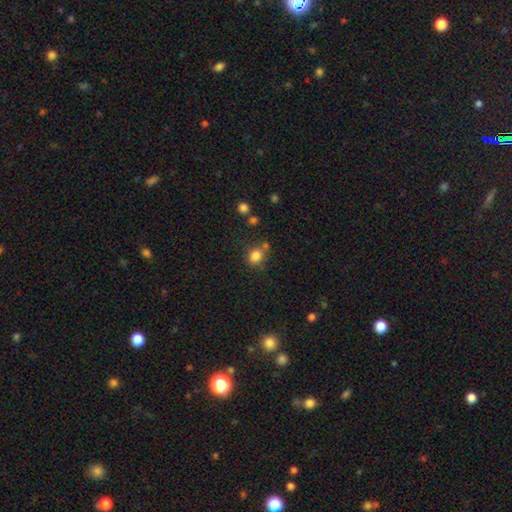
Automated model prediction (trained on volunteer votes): This appears to be a smooth galaxy with no disk features (83%) that is round (75%). Merging: none (65%).